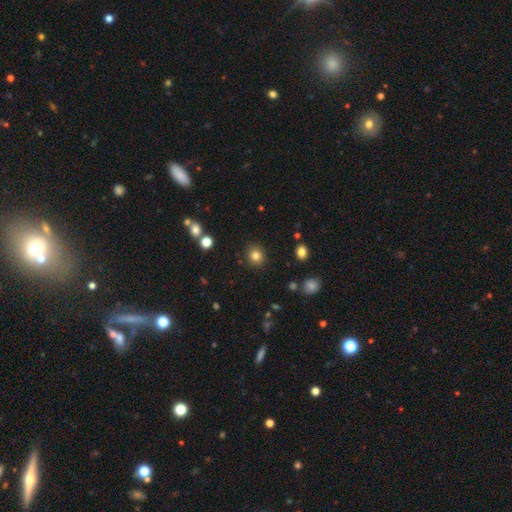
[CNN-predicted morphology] smooth_or_featured: smooth (p=0.82) [alt: star or artifact p=0.12]
how_rounded: round (p=0.85) [alt: in between p=0.14]
merging: none (p=0.89) [alt: minor disturbance p=0.07]